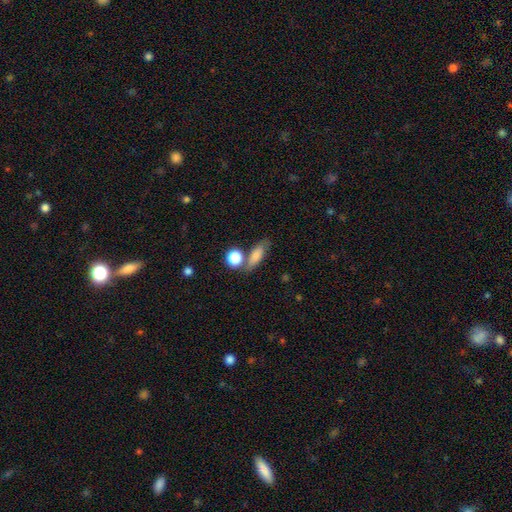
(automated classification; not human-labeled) smooth_or_featured: smooth (p=0.76) [alt: featured or disk p=0.16]
how_rounded: in between (p=0.61) [alt: cigar-shaped p=0.26]
merging: none (p=0.59) [alt: merger p=0.21]